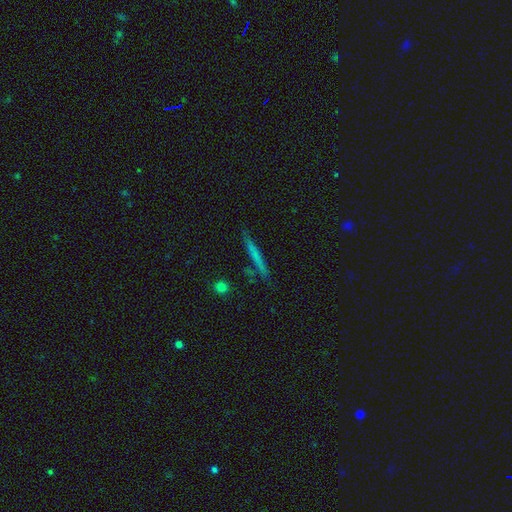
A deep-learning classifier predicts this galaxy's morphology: Overall: smooth (53%; featured or disk 39%). How rounded: cigar-shaped (95%). Merging: none (85%).